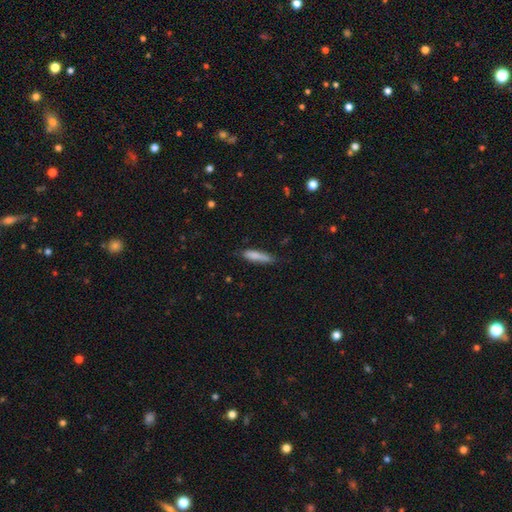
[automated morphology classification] Q: Smooth or featured?
A: smooth (82%); runner-up: featured or disk (12%)
Q: How rounded?
A: cigar-shaped (75%); runner-up: in between (23%)
Q: Merging?
A: none (70%); runner-up: minor disturbance (23%)